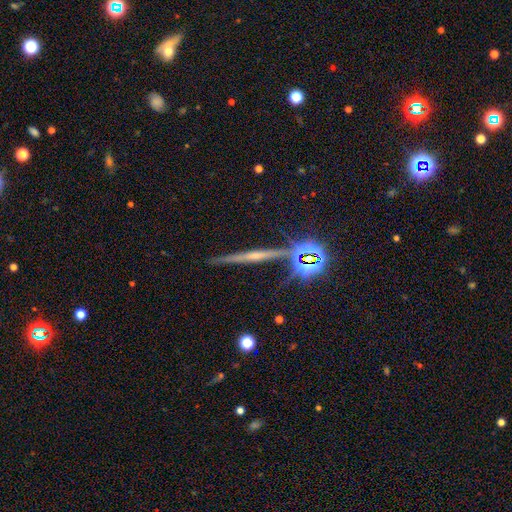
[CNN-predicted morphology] featured or disk 64%, star or artifact 21%, smooth 16%. Down the decision tree: edge-on disk — yes (96%); edge-on bulge — rounded (64%); merging — none (85%).